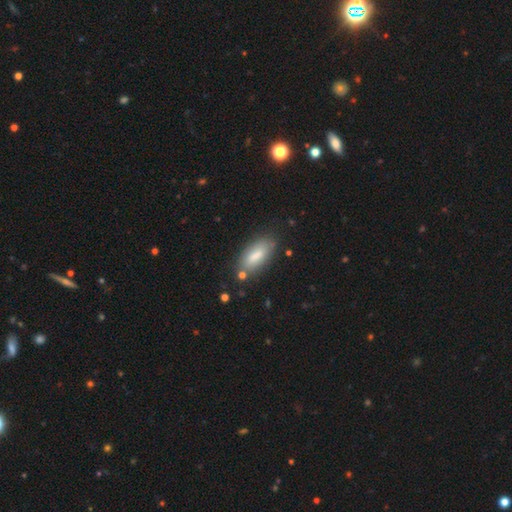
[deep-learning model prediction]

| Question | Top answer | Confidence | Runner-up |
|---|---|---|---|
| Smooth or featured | smooth | 80% | featured or disk (13%) |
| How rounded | in between | 78% | cigar-shaped (19%) |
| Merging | none | 76% | minor disturbance (15%) |